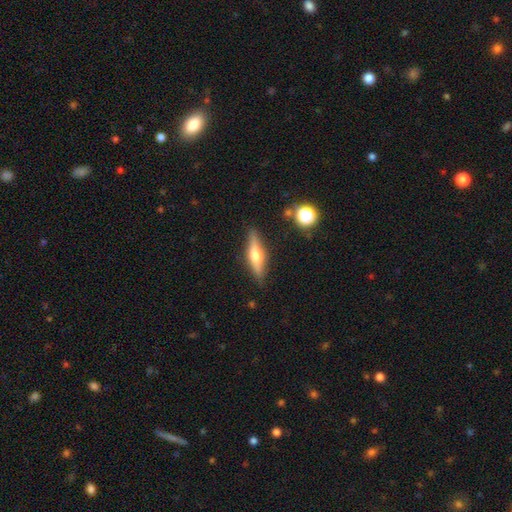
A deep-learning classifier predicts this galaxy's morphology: smooth-or-featured: featured or disk: 56% | smooth: 37% | star or artifact: 7%
  disk-edge-on: yes: 94% | no: 6%
    edge-on-bulge: rounded: 89% | boxy: 7% | none: 4%
  merging: none: 86% | minor disturbance: 10% | major disturbance: 2% | merger: 2%